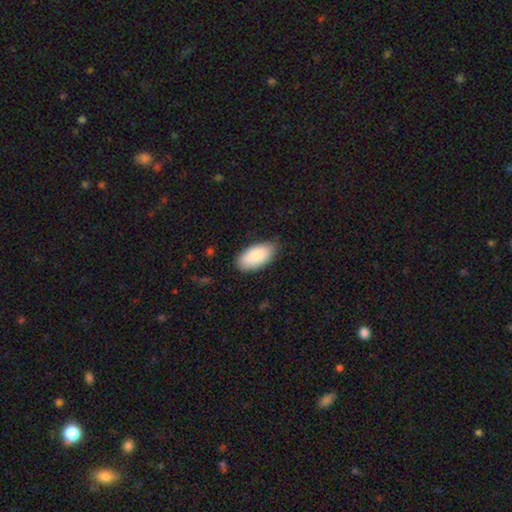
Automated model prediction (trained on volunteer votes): This is clearly a smooth galaxy (84%). How rounded: clearly in between (95%). Merging: clearly none (82%).